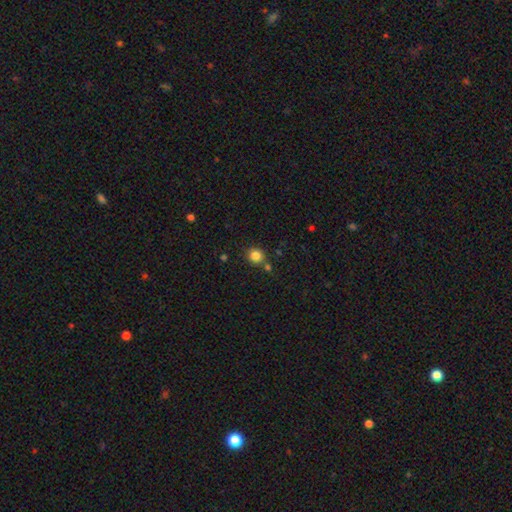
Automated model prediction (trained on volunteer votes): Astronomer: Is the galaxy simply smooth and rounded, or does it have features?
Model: smooth — 83%.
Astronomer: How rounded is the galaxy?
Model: round — 87%.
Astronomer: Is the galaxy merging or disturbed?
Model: none — 78%.